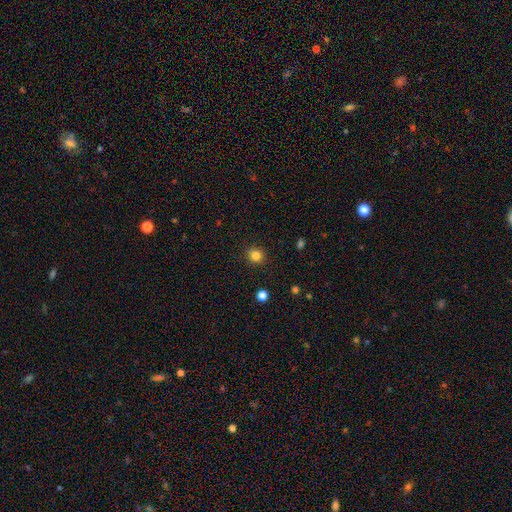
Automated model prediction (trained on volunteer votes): smooth 83%, star or artifact 12%, featured or disk 4%. Down the decision tree: how rounded — round (88%); merging — none (90%).